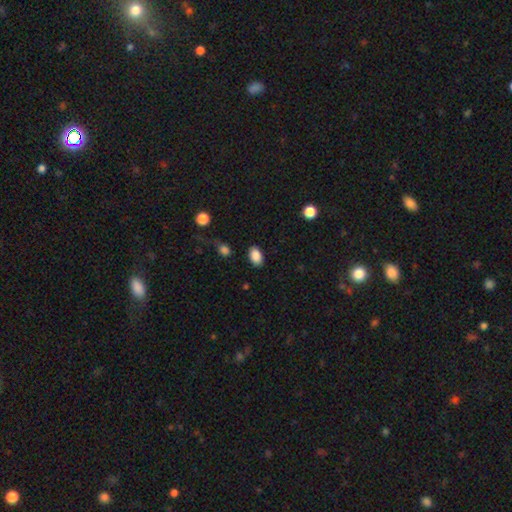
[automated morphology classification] Q: Smooth or featured?
A: smooth (88%); runner-up: star or artifact (8%)
Q: How rounded?
A: in between (89%); runner-up: round (10%)
Q: Merging?
A: none (86%); runner-up: minor disturbance (9%)